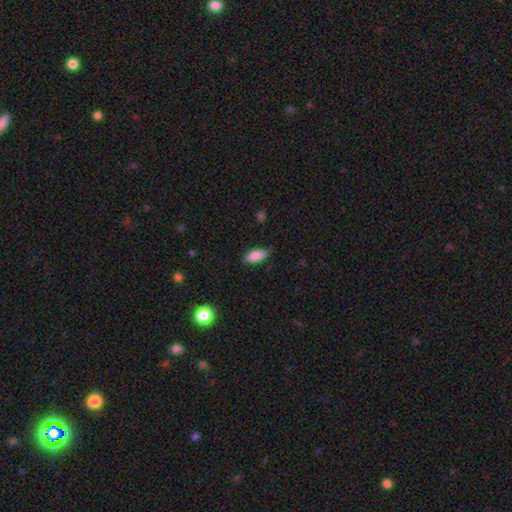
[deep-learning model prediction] Q: Smooth or featured?
A: smooth (87%); runner-up: star or artifact (7%)
Q: How rounded?
A: in between (88%); runner-up: cigar-shaped (10%)
Q: Merging?
A: none (78%); runner-up: minor disturbance (18%)